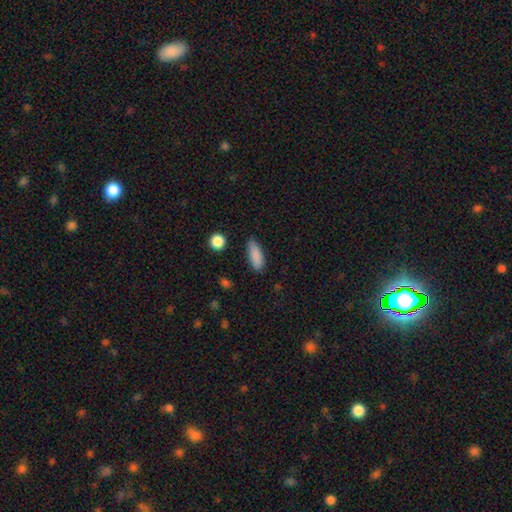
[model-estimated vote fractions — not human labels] Q: Smooth or featured?
A: smooth (87%); runner-up: star or artifact (8%)
Q: How rounded?
A: in between (70%); runner-up: cigar-shaped (28%)
Q: Merging?
A: none (79%); runner-up: minor disturbance (16%)